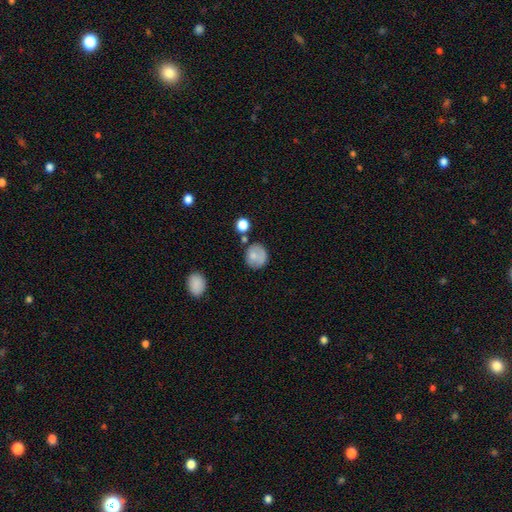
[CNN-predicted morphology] This appears to be a smooth galaxy with no disk features (77%) that is round (82%). Merging: none (68%).